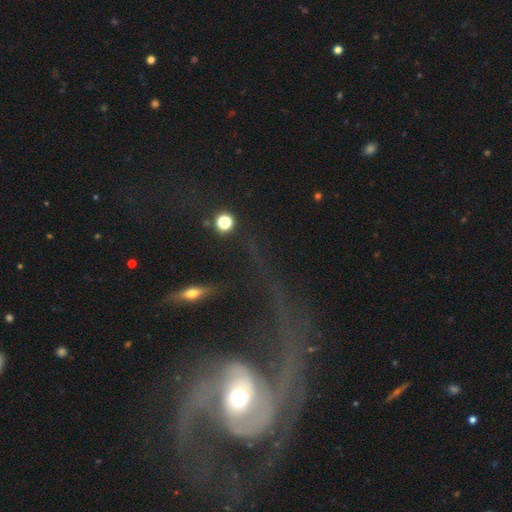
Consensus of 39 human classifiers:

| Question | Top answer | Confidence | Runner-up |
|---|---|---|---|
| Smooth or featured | featured or disk | 77% | star or artifact (13%) |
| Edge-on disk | no | 97% | yes (3%) |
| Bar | no | 45% | weak (41%) |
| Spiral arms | yes | 93% | no (7%) |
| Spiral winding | loose | 52% | medium (44%) |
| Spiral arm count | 2 | 85% | 1 (11%) |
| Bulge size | moderate | 52% | small (34%) |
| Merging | major disturbance | 38% | none (35%) |